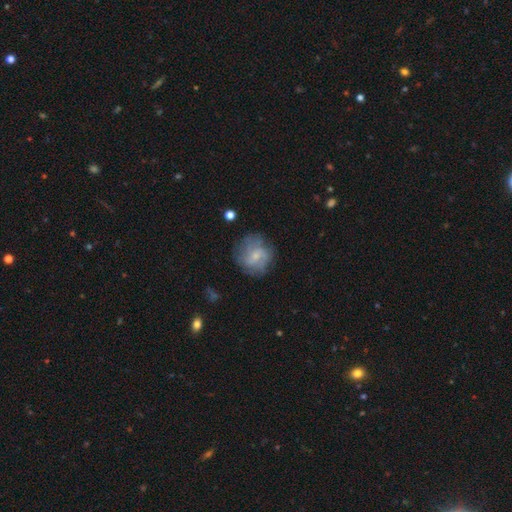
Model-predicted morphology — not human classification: type=featured or disk (48%); merging=none (67%).